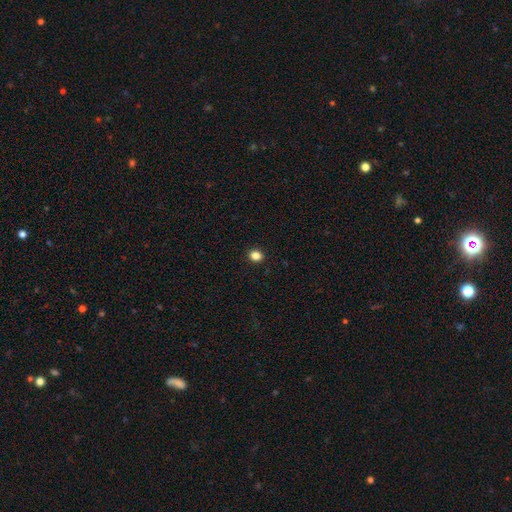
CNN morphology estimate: smooth-or-featured: smooth: 84% | star or artifact: 12% | featured or disk: 4%
  how-rounded: round: 67% | in between: 33% | cigar-shaped: 1%
  merging: none: 92% | minor disturbance: 5% | major disturbance: 2% | merger: 1%